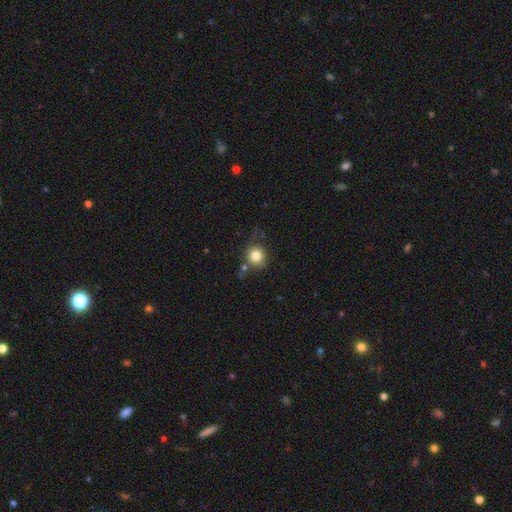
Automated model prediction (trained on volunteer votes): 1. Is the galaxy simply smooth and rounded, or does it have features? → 81% smooth, 10% star or artifact, 9% featured or disk.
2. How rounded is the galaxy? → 86% round, 13% in between, 1% cigar-shaped.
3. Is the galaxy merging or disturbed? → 66% none, 18% minor disturbance, 8% merger, 7% major disturbance.